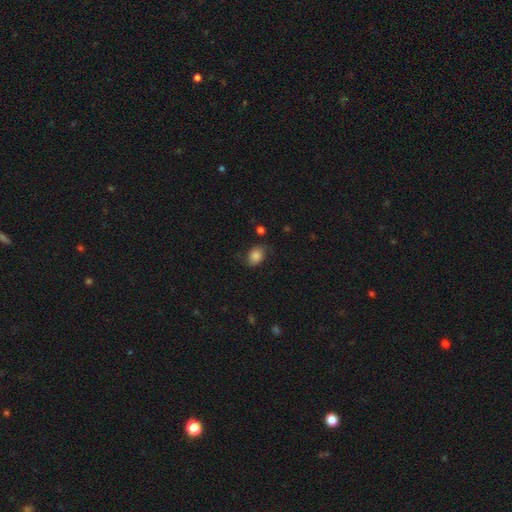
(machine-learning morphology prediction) A smooth galaxy with no disk features (74%) that is in between round and cigar-shaped (66%). Merging: none (66%).